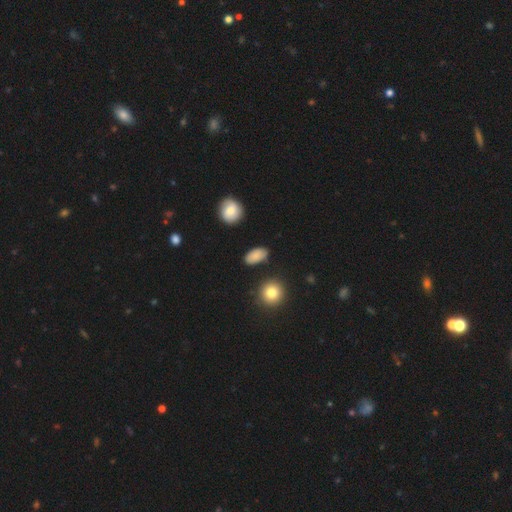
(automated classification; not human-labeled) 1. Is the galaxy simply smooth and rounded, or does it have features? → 85% smooth, 8% star or artifact, 7% featured or disk.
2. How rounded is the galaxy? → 90% in between, 7% round, 4% cigar-shaped.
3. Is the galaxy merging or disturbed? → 84% none, 11% minor disturbance, 3% major disturbance, 2% merger.